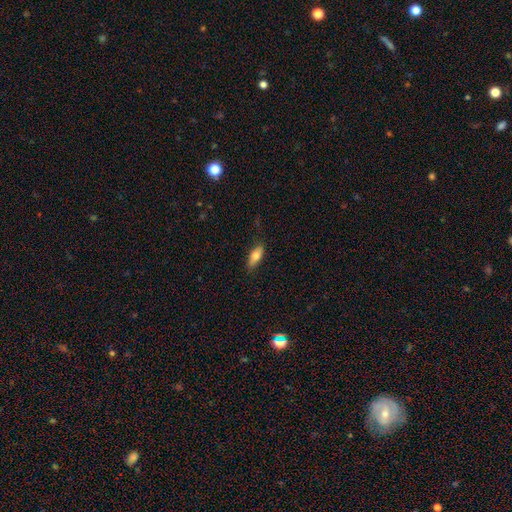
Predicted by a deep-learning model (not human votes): The model was most divided on "how rounded": in between: 78%, cigar-shaped: 20%, round: 3%. More confident: merging — none (81%); smooth or featured — smooth (76%).